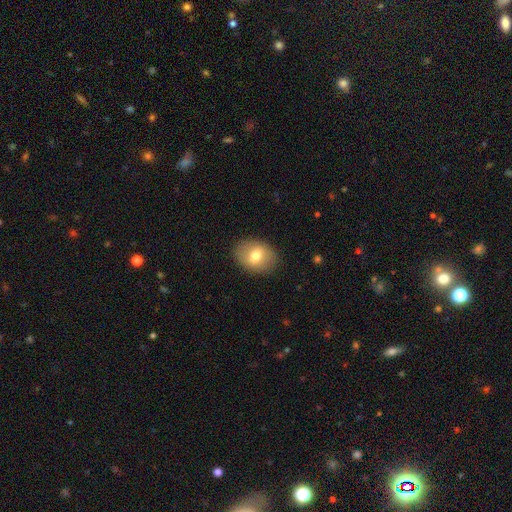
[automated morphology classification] smooth 71%, featured or disk 21%, star or artifact 8%. Down the decision tree: how rounded — in between (66%); merging — none (87%).